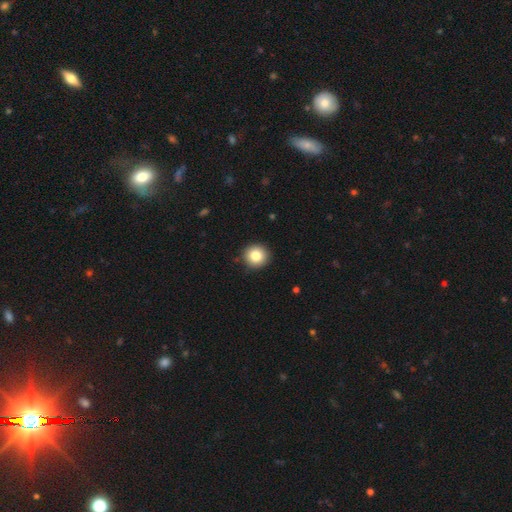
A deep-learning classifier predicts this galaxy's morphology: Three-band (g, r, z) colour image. It shows a smooth galaxy with no disk features (83%) that is round (93%). Merging: none (92%).